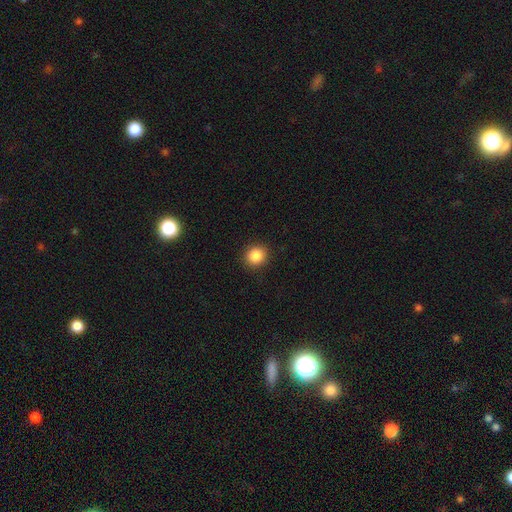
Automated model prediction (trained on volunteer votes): smooth-or-featured: smooth: 86% | star or artifact: 10% | featured or disk: 4%
  how-rounded: round: 85% | in between: 14% | cigar-shaped: 1%
  merging: none: 91% | minor disturbance: 6% | major disturbance: 2% | merger: 1%